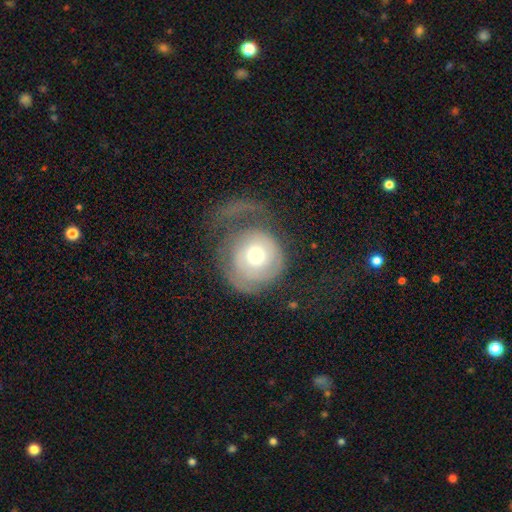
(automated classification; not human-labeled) Smooth or featured?
  - smooth: 47% *
  - featured or disk: 45%
  - star or artifact: 7%
Merging?
  - major disturbance: 49% *
  - none: 28%
  - minor disturbance: 21%
  - merger: 2%